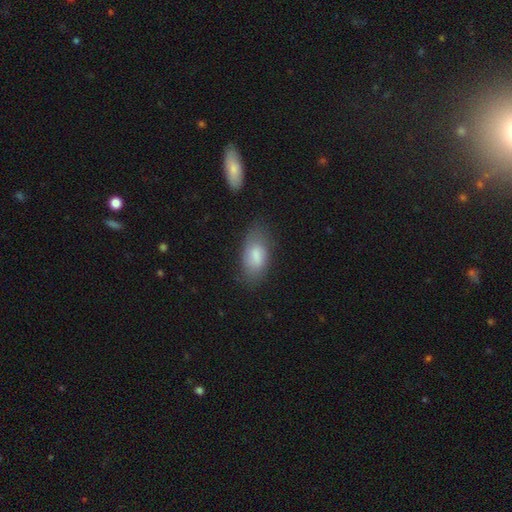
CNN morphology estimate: smooth-or-featured: smooth: 77% | featured or disk: 16% | star or artifact: 7%
  how-rounded: in between: 91% | cigar-shaped: 5% | round: 4%
  merging: none: 71% | minor disturbance: 20% | major disturbance: 7% | merger: 2%